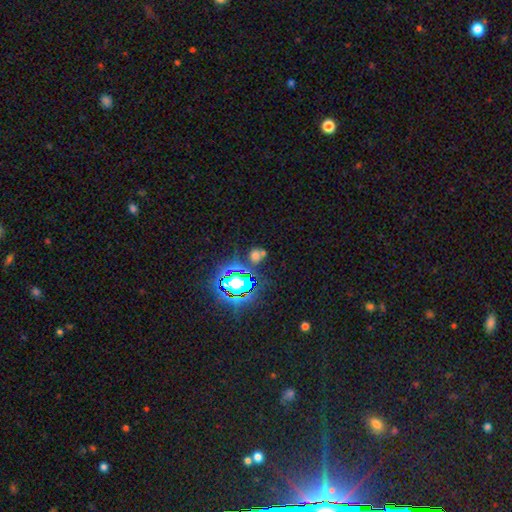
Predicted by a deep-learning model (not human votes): Q: Smooth or featured?
A: star or artifact (46%); runner-up: smooth (44%)